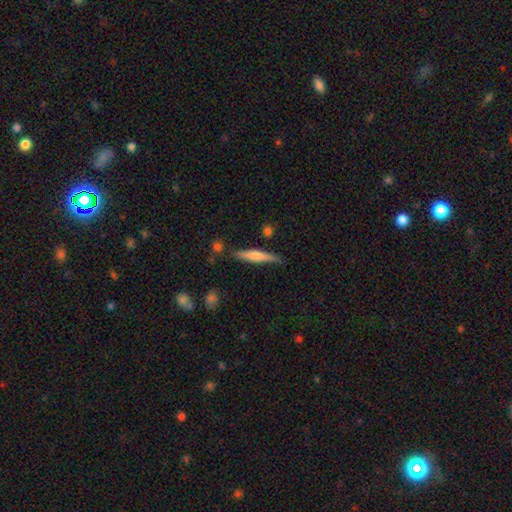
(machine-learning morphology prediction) Q: Smooth or featured?
A: smooth (57%); runner-up: featured or disk (37%)
Q: How rounded?
A: cigar-shaped (89%); runner-up: in between (9%)
Q: Merging?
A: none (75%); runner-up: minor disturbance (18%)